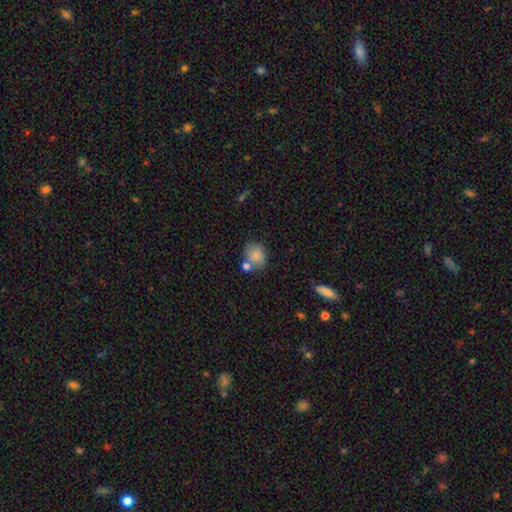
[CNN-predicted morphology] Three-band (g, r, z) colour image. It shows a smooth galaxy with no disk features (82%) that is round (67%). Merging: none (56%).